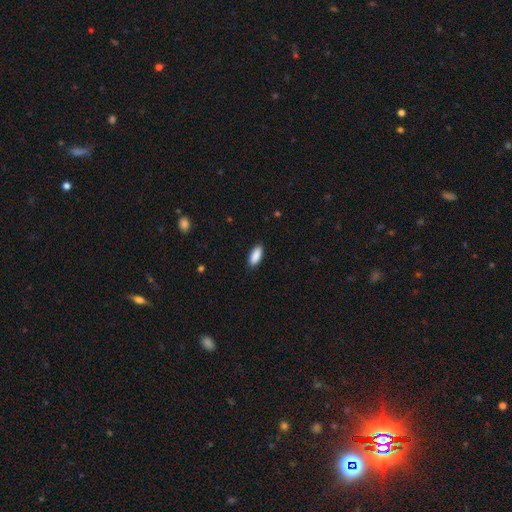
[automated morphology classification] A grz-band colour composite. It shows a smooth galaxy with no disk features (91%) that is in between round and cigar-shaped (83%). Merging: none (87%).